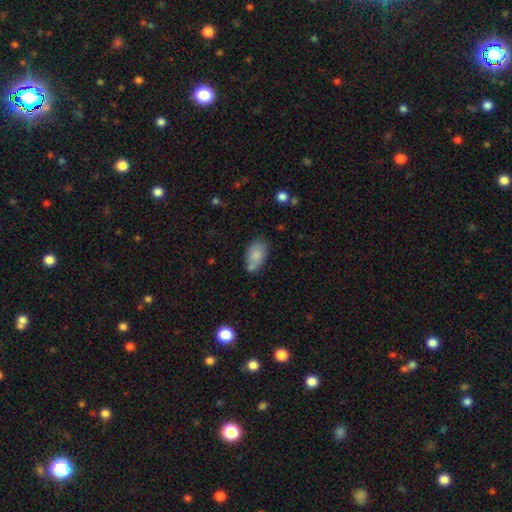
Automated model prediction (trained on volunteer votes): This is clearly a smooth galaxy (81%). How rounded: clearly in between (93%). Merging: likely none (62%).